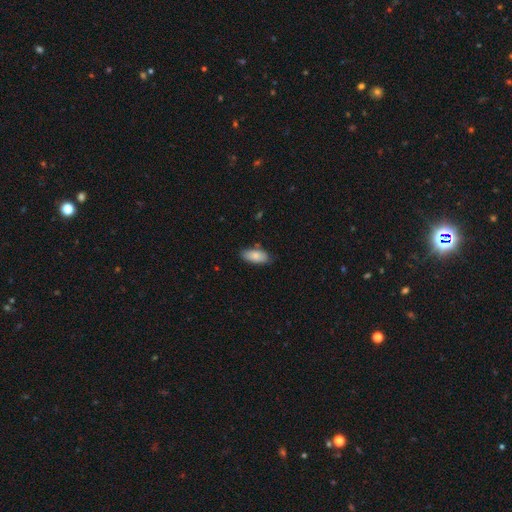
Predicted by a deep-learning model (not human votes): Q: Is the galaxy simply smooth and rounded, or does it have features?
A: smooth — 83%.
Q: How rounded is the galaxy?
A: in between — 91%.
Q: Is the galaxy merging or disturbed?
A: none — 78%.